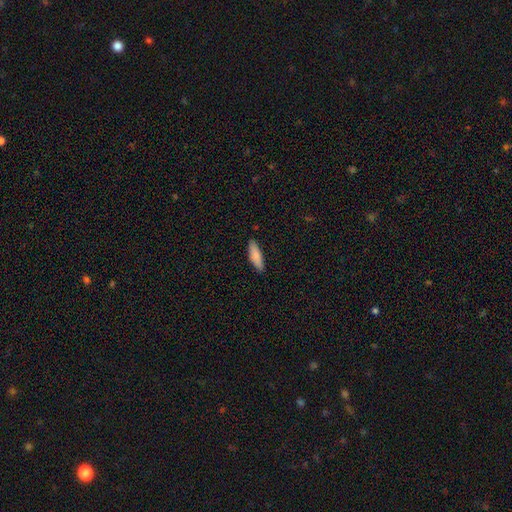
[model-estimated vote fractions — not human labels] A smooth galaxy with no disk features (86%) that is cigar-shaped (54%).

Vote fractions:
- Smooth or featured? smooth: 86% / featured or disk: 9% / star or artifact: 6%
- How rounded? cigar-shaped: 54% / in between: 44% / round: 2%
- Merging? none: 87% / minor disturbance: 10% / major disturbance: 2% / merger: 1%